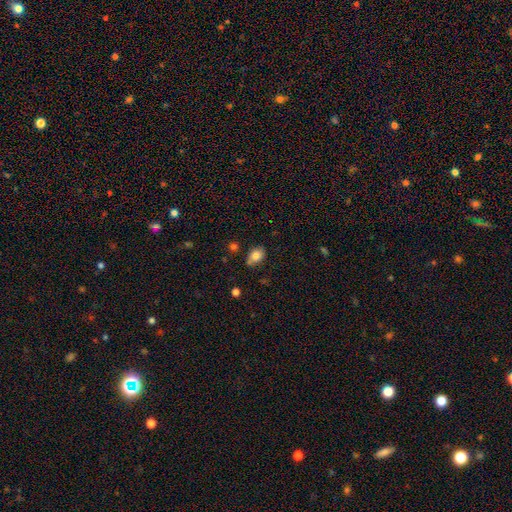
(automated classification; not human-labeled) smooth-or-featured: smooth: 80% | featured or disk: 11% | star or artifact: 9%
  how-rounded: in between: 77% | round: 21% | cigar-shaped: 1%
  merging: none: 65% | minor disturbance: 25% | merger: 5% | major disturbance: 4%